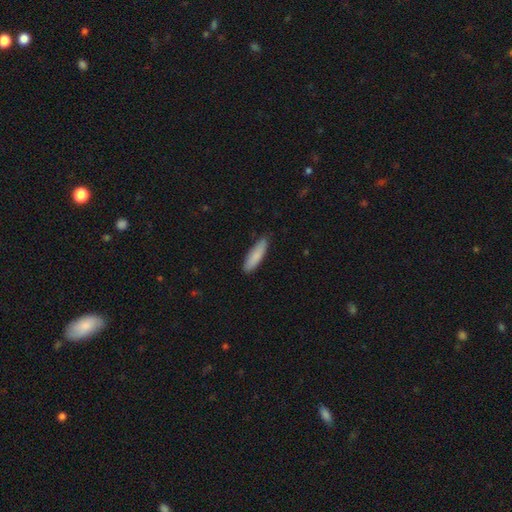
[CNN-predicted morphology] Overall: smooth (86%). How rounded: cigar-shaped (67%; in between 32%). Merging: none (85%).